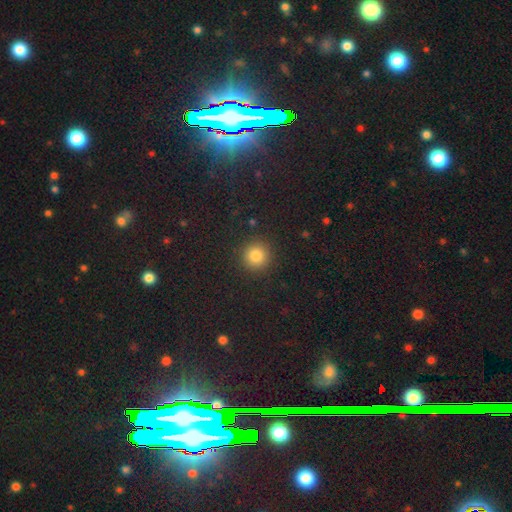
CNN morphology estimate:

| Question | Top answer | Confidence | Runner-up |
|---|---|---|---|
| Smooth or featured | smooth | 82% | star or artifact (13%) |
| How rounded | round | 94% | in between (5%) |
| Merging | none | 91% | minor disturbance (5%) |